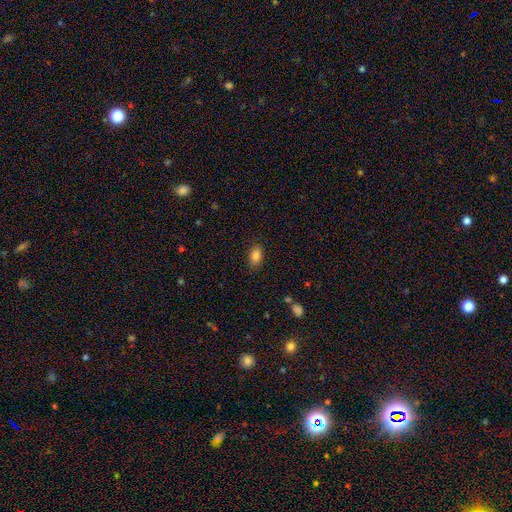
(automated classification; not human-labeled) Smooth or featured: smooth — 84% (star or artifact — 9%)
How rounded: in between — 88% (round — 10%)
Merging: none — 86% (minor disturbance — 10%)